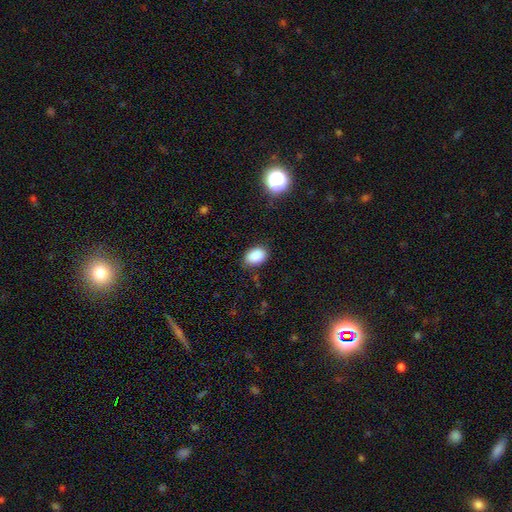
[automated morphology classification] Smooth or featured?
  - smooth: 88% *
  - star or artifact: 9%
  - featured or disk: 3%
How rounded?
  - in between: 83% *
  - round: 16%
  - cigar-shaped: 1%
Merging?
  - none: 83% *
  - minor disturbance: 13%
  - major disturbance: 3%
  - merger: 1%